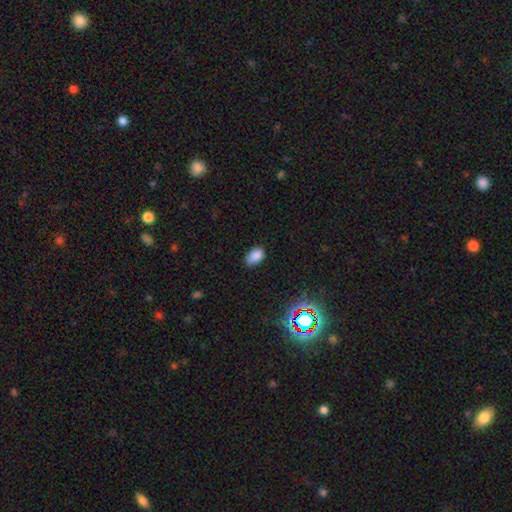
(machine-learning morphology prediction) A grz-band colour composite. It shows a smooth galaxy with no disk features (83%) that is in between round and cigar-shaped (88%). Merging: none (73%).